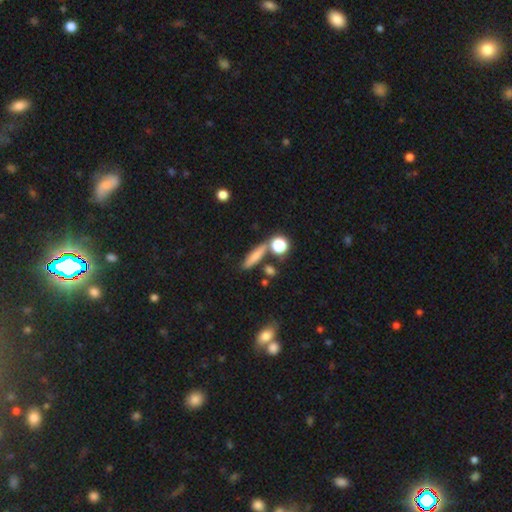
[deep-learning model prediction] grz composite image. It shows a smooth galaxy with no disk features (73%) that is cigar-shaped (69%). Merging: none (71%).